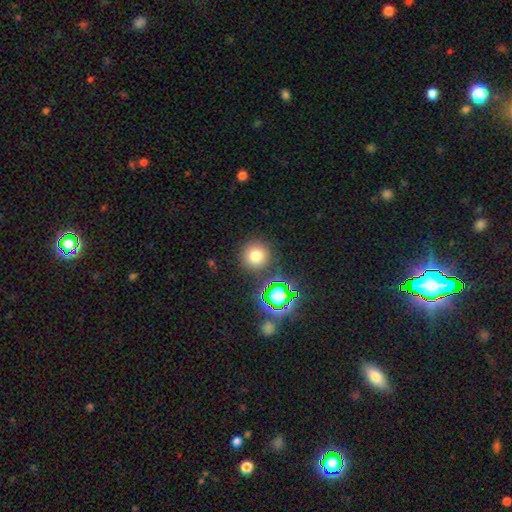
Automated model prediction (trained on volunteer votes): A smooth galaxy with no disk features (71%) that is round (94%). Merging: none (86%).